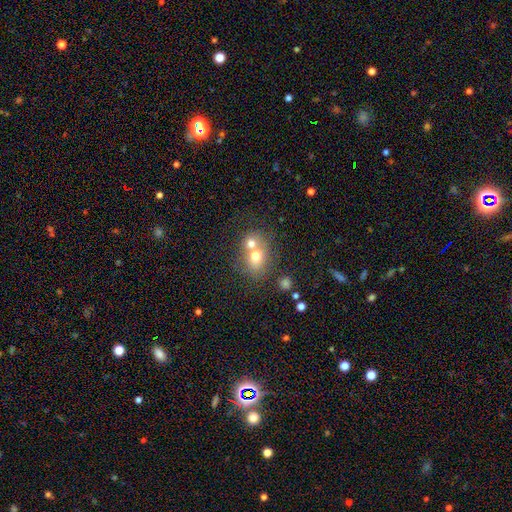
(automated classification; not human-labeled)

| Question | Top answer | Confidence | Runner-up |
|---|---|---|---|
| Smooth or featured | smooth | 69% | featured or disk (20%) |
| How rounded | round | 58% | in between (41%) |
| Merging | merger | 61% | none (29%) |